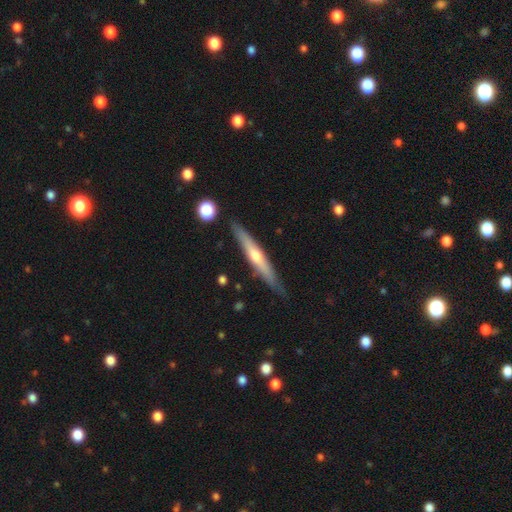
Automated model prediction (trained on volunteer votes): This appears to be a featured or disk galaxy (63%) viewed edge-on (95%) with a rounded central bulge (80%). Merging: none (86%).